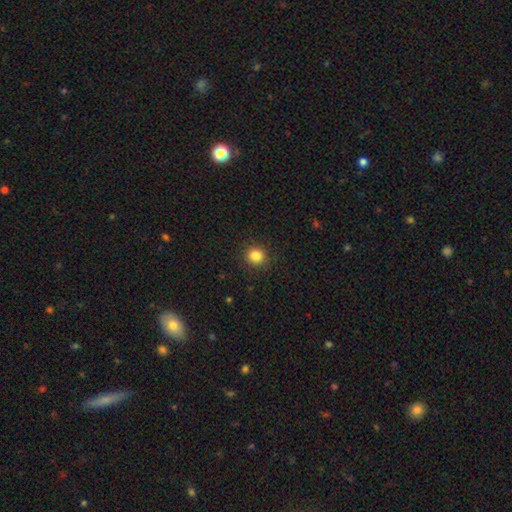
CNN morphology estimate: This appears to be a smooth galaxy with no disk features (85%) that is round (91%). Merging: none (91%).